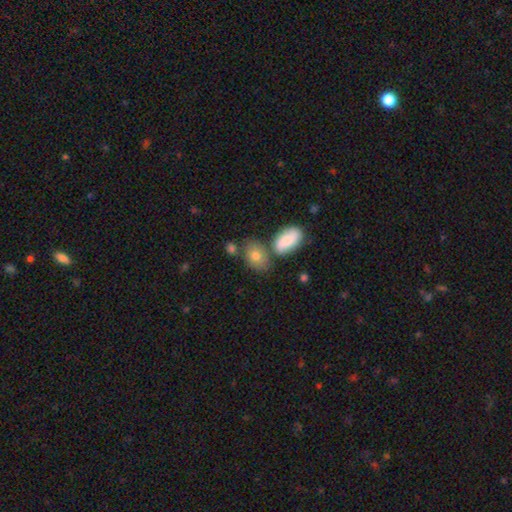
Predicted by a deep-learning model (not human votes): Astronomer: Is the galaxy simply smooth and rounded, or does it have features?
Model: smooth — 77%.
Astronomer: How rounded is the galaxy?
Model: in between — 80%.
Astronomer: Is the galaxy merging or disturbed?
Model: none — 60%.